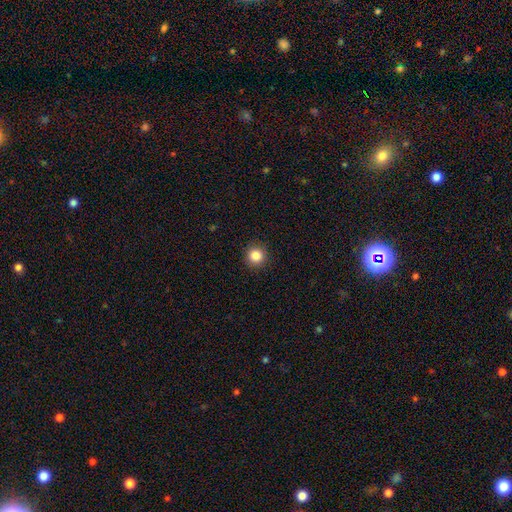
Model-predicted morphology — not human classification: This appears to be a smooth galaxy with no disk features (85%) that is round (95%). Merging: none (92%).